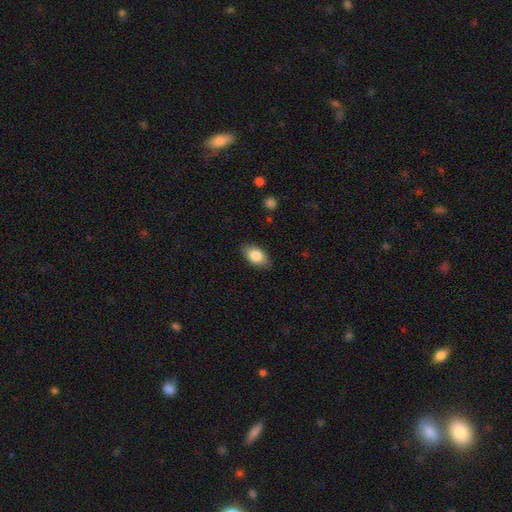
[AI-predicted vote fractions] smooth 82%, featured or disk 11%, star or artifact 7%. Down the decision tree: how rounded — in between (92%); merging — none (85%).